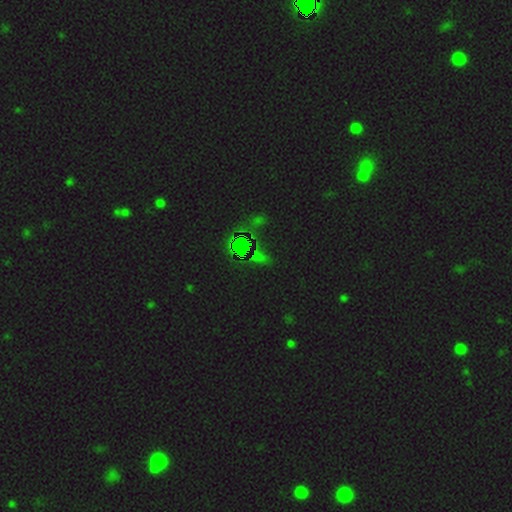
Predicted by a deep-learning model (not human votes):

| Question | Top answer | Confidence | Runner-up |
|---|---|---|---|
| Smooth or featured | star or artifact | 77% | smooth (16%) |